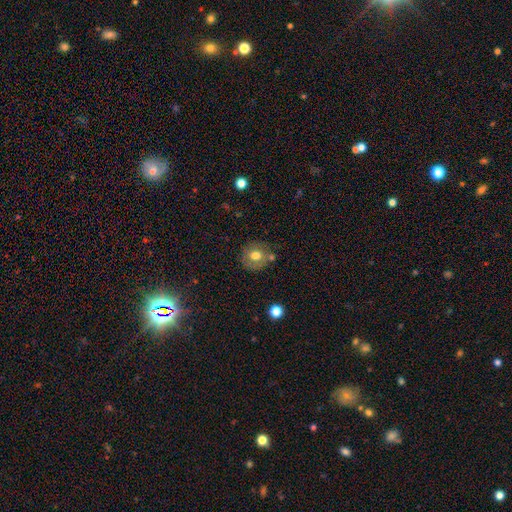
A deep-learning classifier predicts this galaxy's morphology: This appears to be a smooth galaxy with no disk features (69%) that is round (81%). Merging: none (68%).